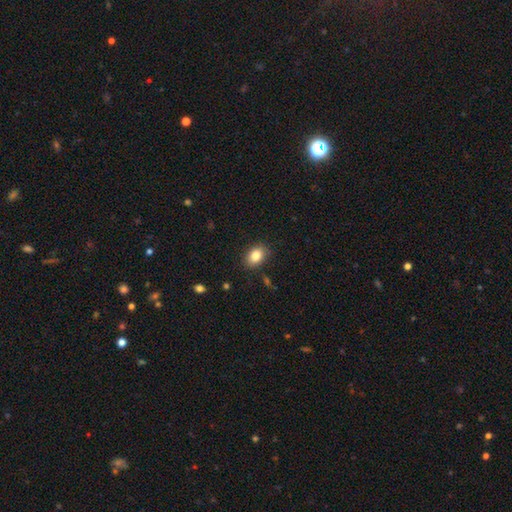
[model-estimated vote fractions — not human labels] This appears to be a smooth galaxy with no disk features (84%) that is in between round and cigar-shaped (77%). Merging: none (85%).